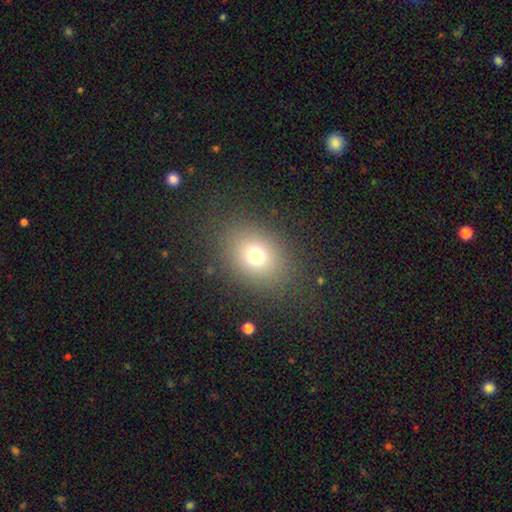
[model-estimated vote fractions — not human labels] This appears to be a smooth galaxy with no disk features (72%) that is in between round and cigar-shaped (52%). Merging: none (82%).